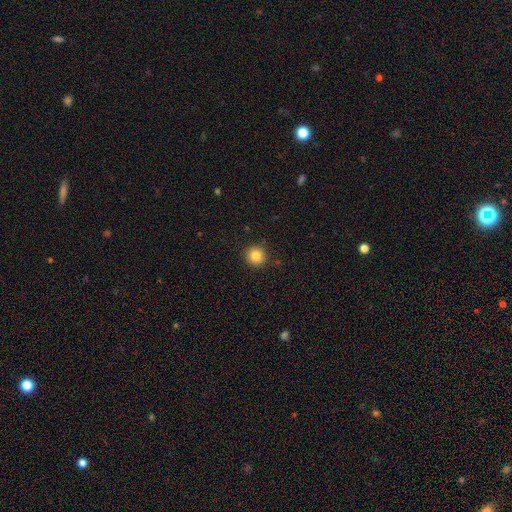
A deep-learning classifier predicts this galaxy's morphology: The model was most divided on "smooth or featured": smooth: 84%, star or artifact: 11%, featured or disk: 6%. More confident: how rounded — round (95%); merging — none (91%).